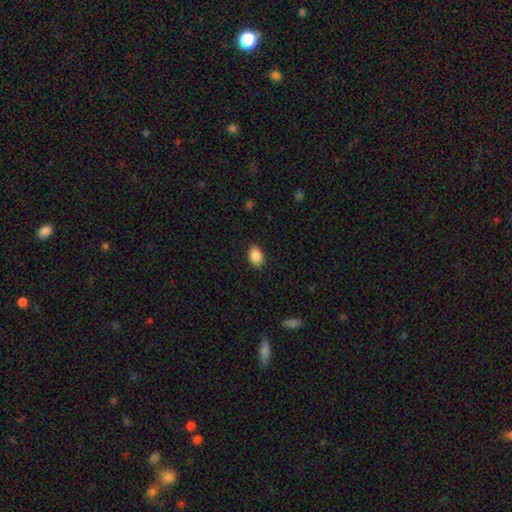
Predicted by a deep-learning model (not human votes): Smooth or featured: smooth — 88% (star or artifact — 8%)
How rounded: in between — 77% (round — 21%)
Merging: none — 87% (minor disturbance — 10%)